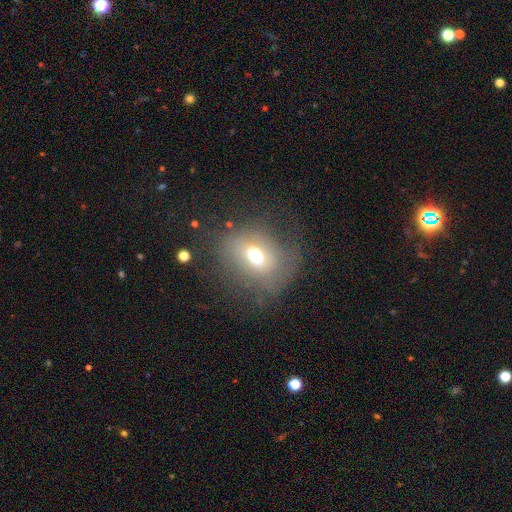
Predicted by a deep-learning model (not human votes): Smooth or featured?
  - smooth: 63% *
  - featured or disk: 22%
  - star or artifact: 16%
How rounded?
  - round: 55% *
  - in between: 44%
  - cigar-shaped: 1%
Merging?
  - none: 59% *
  - minor disturbance: 20%
  - major disturbance: 18%
  - merger: 2%